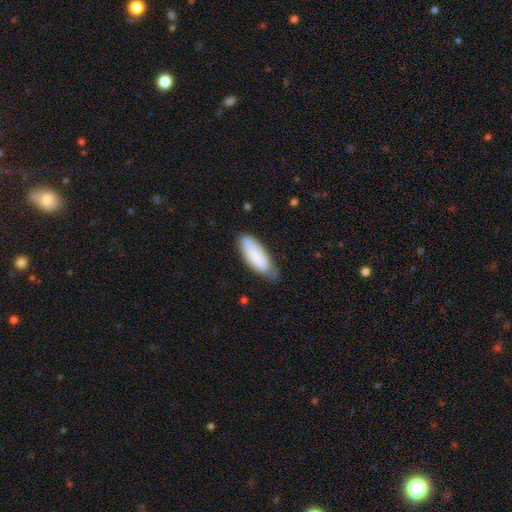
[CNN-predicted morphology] This is clearly a smooth galaxy (84%). How rounded: likely in between (73%). Merging: likely none (60%).